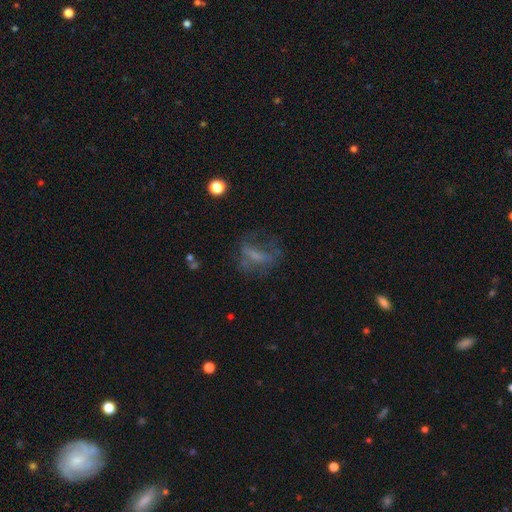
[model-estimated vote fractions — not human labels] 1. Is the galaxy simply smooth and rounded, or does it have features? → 44% featured or disk, 37% smooth, 18% star or artifact.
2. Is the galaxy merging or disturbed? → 45% none, 33% major disturbance, 19% minor disturbance, 3% merger.